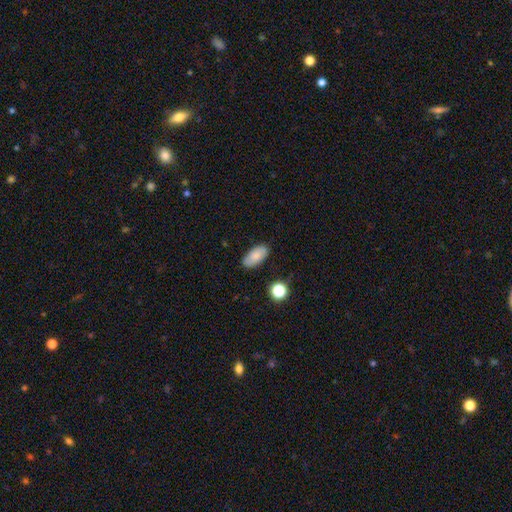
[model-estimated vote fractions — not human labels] The model was most divided on "smooth or featured": smooth: 78%, featured or disk: 14%, star or artifact: 8%. More confident: how rounded — in between (92%); merging — none (82%).